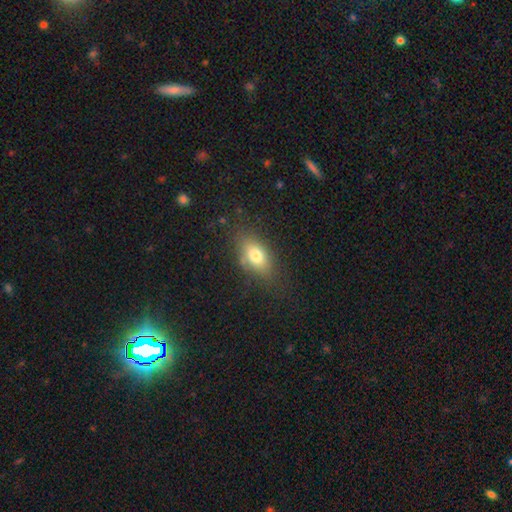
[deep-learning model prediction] This is likely a smooth galaxy (75%). How rounded: clearly in between (85%). Merging: likely none (74%).